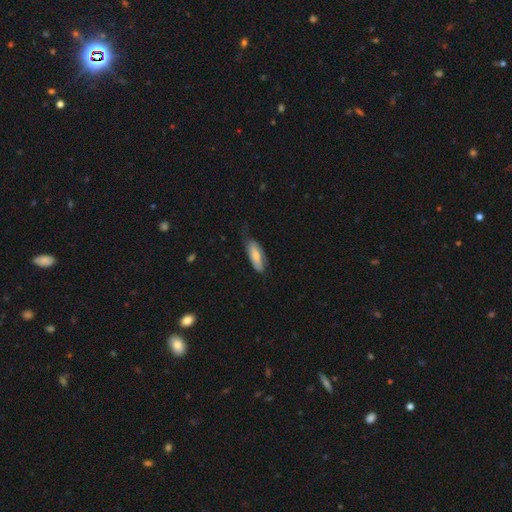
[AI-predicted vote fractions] smooth-or-featured: smooth: 69% | featured or disk: 26% | star or artifact: 6%
  how-rounded: in between: 70% | cigar-shaped: 28% | round: 2%
  merging: none: 55% | minor disturbance: 34% | major disturbance: 10% | merger: 2%